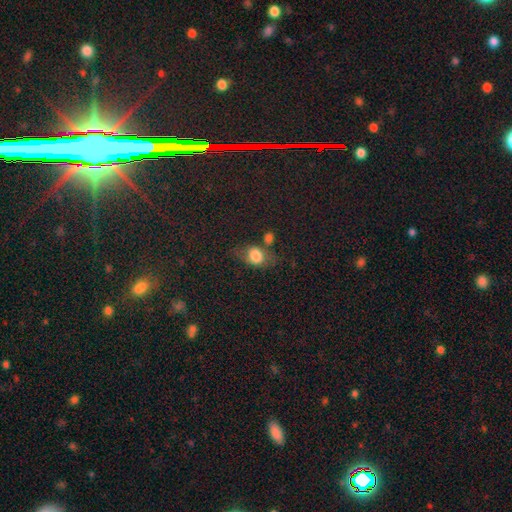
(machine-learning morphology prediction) smooth-or-featured: smooth: 76% | featured or disk: 13% | star or artifact: 12%
  how-rounded: in between: 58% | round: 39% | cigar-shaped: 3%
  merging: none: 53% | minor disturbance: 24% | merger: 12% | major disturbance: 11%